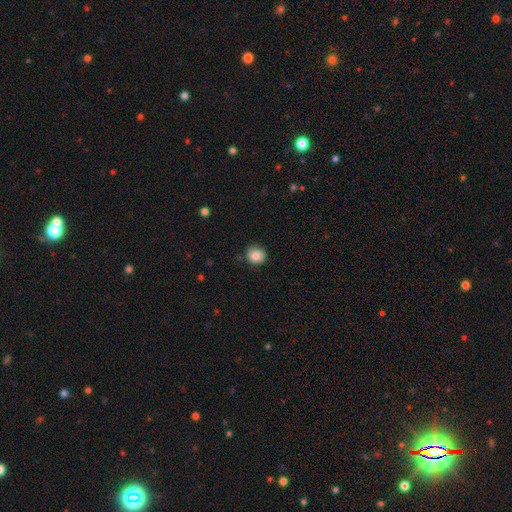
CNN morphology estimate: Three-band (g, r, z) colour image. It shows a smooth galaxy with no disk features (85%) that is round (83%). Merging: none (77%).